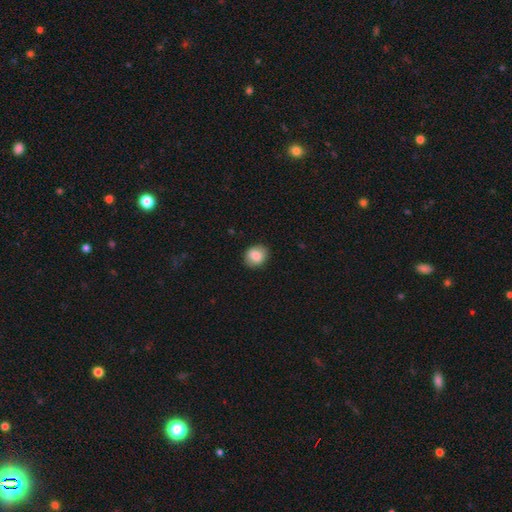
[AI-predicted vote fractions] Morphology: type=smooth (85%); roundness=round (60%); merging=none (86%).